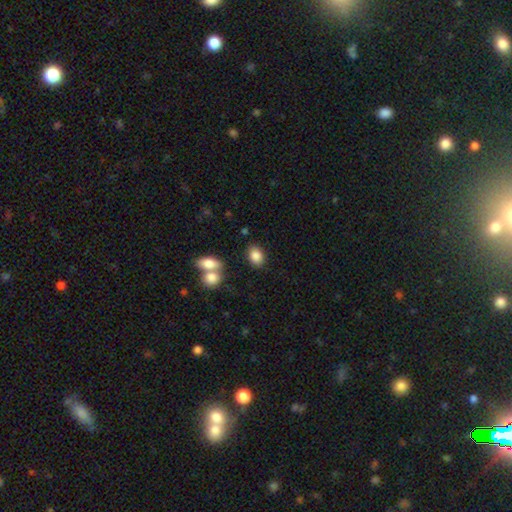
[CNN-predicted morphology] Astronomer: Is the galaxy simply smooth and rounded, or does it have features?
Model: smooth — 85%.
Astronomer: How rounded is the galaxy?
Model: in between — 77%.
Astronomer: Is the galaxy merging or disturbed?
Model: none — 76%.